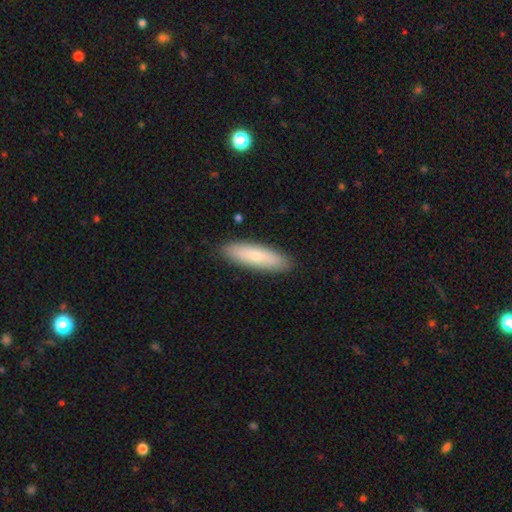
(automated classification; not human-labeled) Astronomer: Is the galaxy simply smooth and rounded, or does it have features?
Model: smooth — 73%.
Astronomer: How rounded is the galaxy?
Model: cigar-shaped — 64%.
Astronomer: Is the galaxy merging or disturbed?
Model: none — 90%.